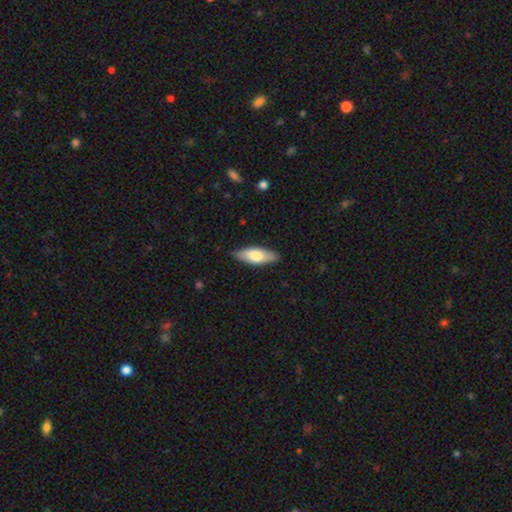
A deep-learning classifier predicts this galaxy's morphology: smooth-or-featured: smooth: 72% | featured or disk: 23% | star or artifact: 5%
  how-rounded: in between: 68% | cigar-shaped: 30% | round: 2%
  merging: none: 86% | minor disturbance: 12% | major disturbance: 2% | merger: 1%